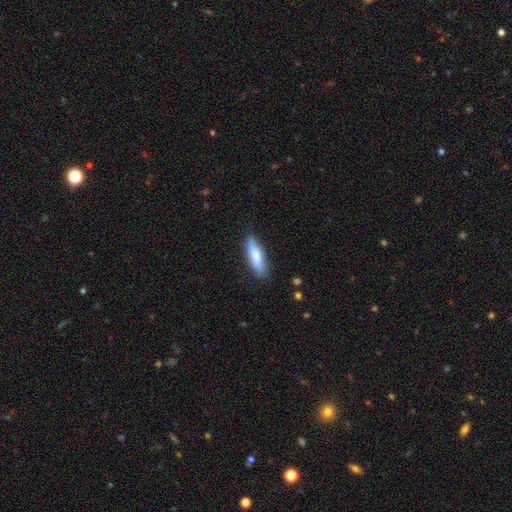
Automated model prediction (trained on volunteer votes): smooth-or-featured: smooth: 75% | featured or disk: 20% | star or artifact: 6%
  how-rounded: cigar-shaped: 64% | in between: 34% | round: 2%
  merging: none: 83% | minor disturbance: 13% | major disturbance: 2% | merger: 1%